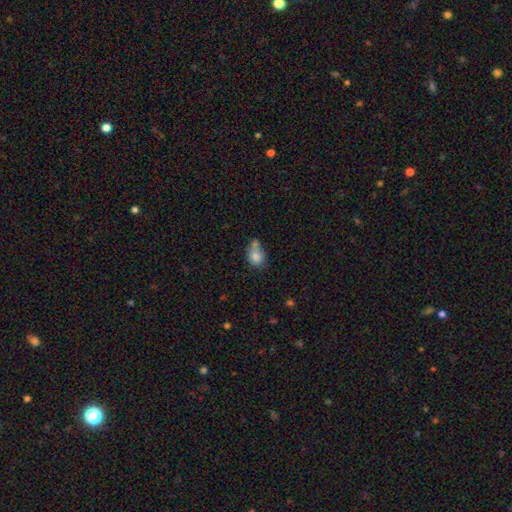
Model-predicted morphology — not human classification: A smooth galaxy with no disk features (80%) that is round (54%).

Vote fractions:
- Smooth or featured? smooth: 80% / featured or disk: 11% / star or artifact: 10%
- How rounded? round: 54% / in between: 45% / cigar-shaped: 1%
- Merging? merger: 41% / none: 35% / minor disturbance: 17% / major disturbance: 7%